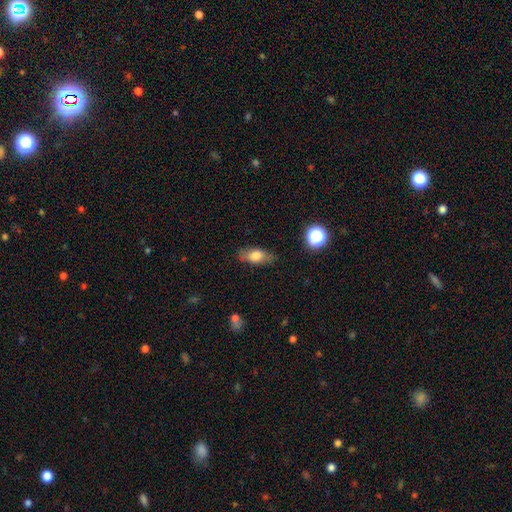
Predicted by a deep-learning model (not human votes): Morphology: type=smooth (71%); roundness=in between (78%); merging=none (79%).